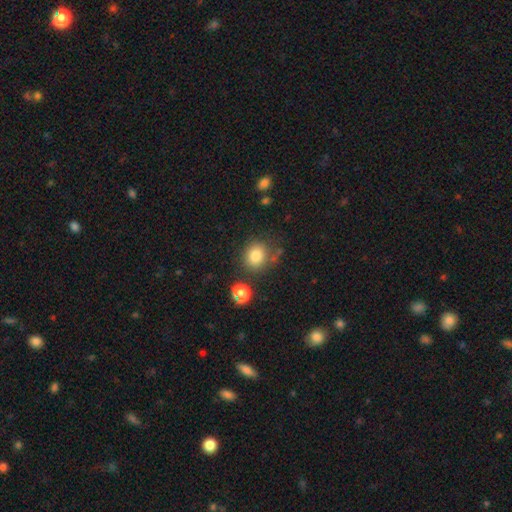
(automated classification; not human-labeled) A smooth galaxy with no disk features (81%) that is round (78%). Merging: none (72%).